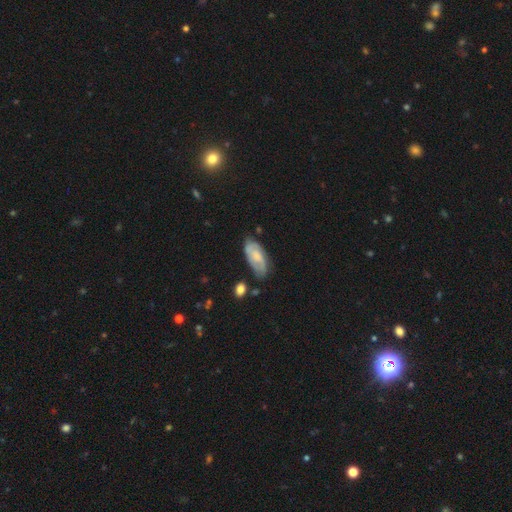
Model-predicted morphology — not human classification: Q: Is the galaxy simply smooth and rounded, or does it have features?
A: featured or disk — 49%.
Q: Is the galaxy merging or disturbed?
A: none — 68%.